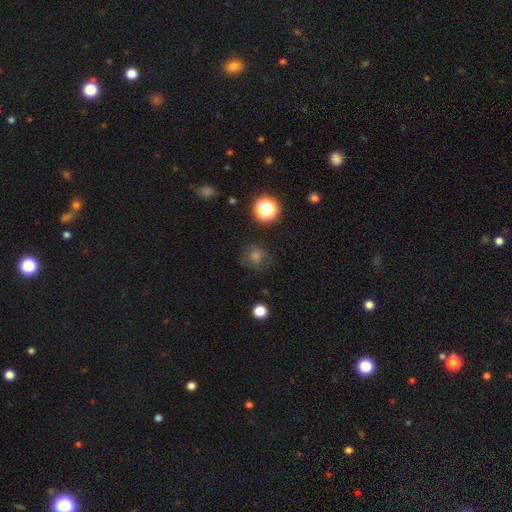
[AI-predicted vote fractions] This is possibly a smooth galaxy (56%). How rounded: clearly round (86%). Merging: likely none (78%).